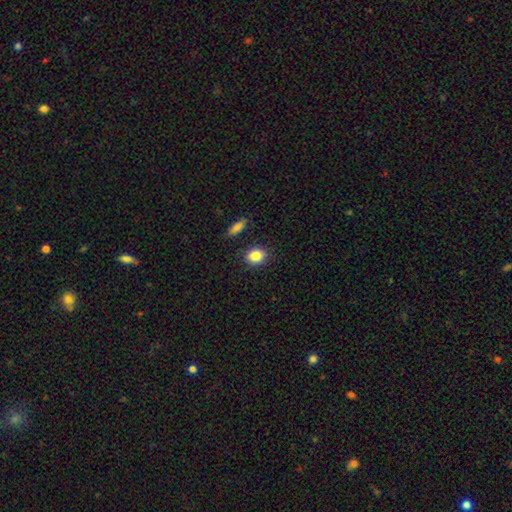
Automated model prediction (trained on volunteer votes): A smooth galaxy with no disk features (86%) that is round (54%).

Vote fractions:
- Smooth or featured? smooth: 86% / star or artifact: 8% / featured or disk: 5%
- How rounded? round: 54% / in between: 44% / cigar-shaped: 2%
- Merging? none: 86% / minor disturbance: 9% / merger: 3% / major disturbance: 2%